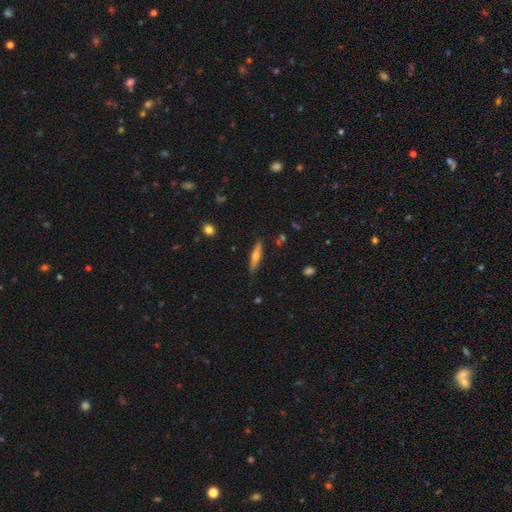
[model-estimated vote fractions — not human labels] smooth_or_featured: featured or disk (p=0.47) [alt: smooth p=0.46]
merging: none (p=0.85) [alt: minor disturbance p=0.11]